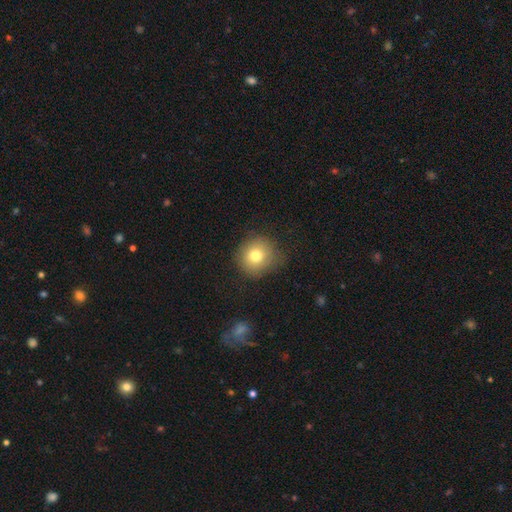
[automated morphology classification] Smooth or featured? Predicted: smooth (p=0.77). How rounded? Predicted: round (p=0.87). Merging? Predicted: none (p=0.73).